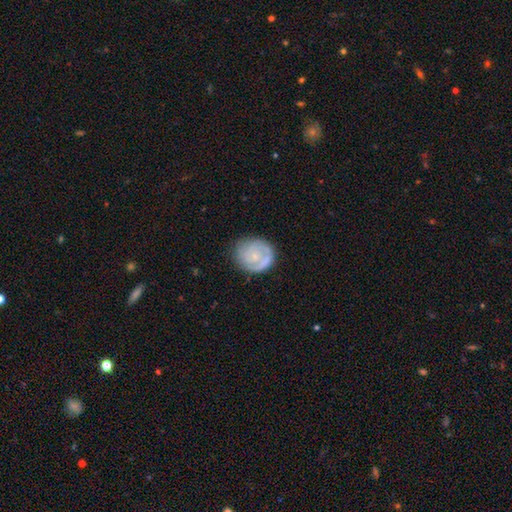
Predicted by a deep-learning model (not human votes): Smooth or featured? featured or disk (64%)
Edge-on disk? no (98%)
Bar? no (77%)
Spiral arms? yes (84%)
Spiral winding? tight (64%)
Spiral arm count? 2 (37%)
Bulge size? small (72%)
Merging? none (74%)